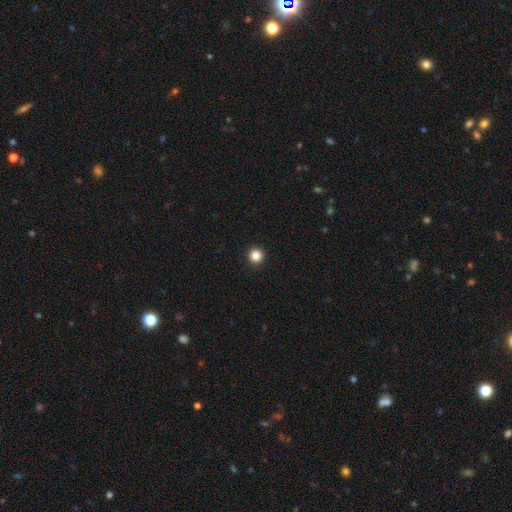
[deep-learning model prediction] smooth_or_featured: smooth (p=0.85) [alt: star or artifact p=0.11]
how_rounded: round (p=0.95) [alt: in between p=0.04]
merging: none (p=0.93) [alt: minor disturbance p=0.04]